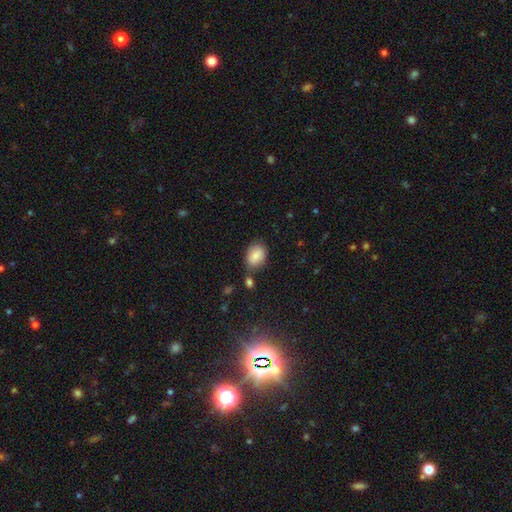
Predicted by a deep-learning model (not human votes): smooth-or-featured: smooth: 83% | featured or disk: 9% | star or artifact: 8%
  how-rounded: in between: 75% | round: 24% | cigar-shaped: 1%
  merging: none: 68% | minor disturbance: 20% | merger: 8% | major disturbance: 5%